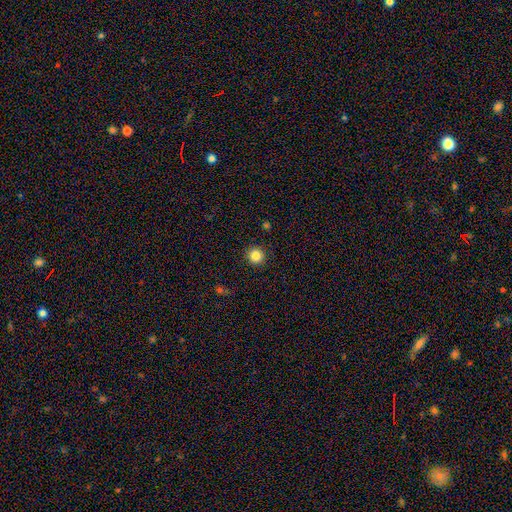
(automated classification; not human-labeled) Smooth or featured: smooth — 85% (star or artifact — 11%)
How rounded: round — 95% (in between — 4%)
Merging: none — 91% (minor disturbance — 6%)